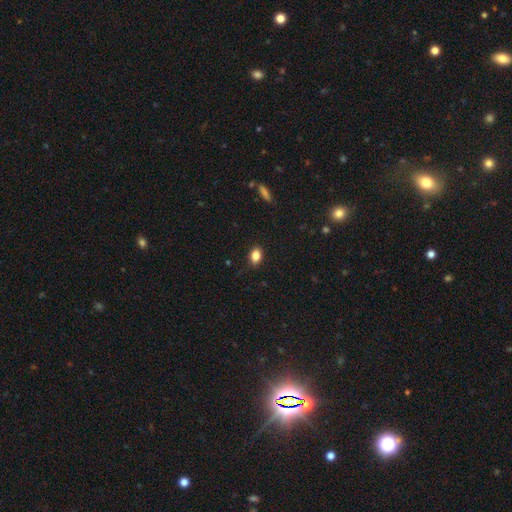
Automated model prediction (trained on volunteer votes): The model was most divided on "how rounded": in between: 80%, round: 18%, cigar-shaped: 2%. More confident: smooth or featured — smooth (86%); merging — none (85%).